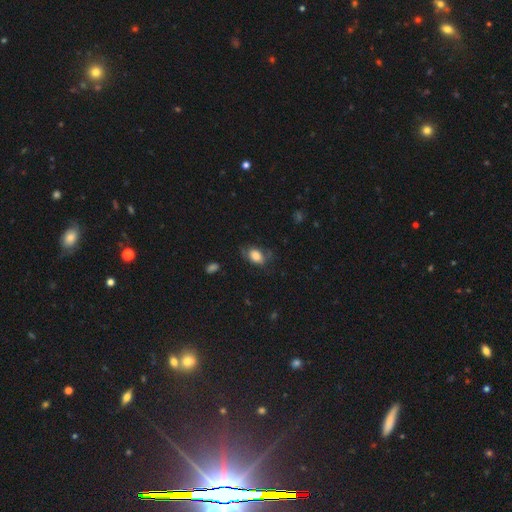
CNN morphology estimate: A smooth galaxy with no disk features (76%) that is in between round and cigar-shaped (83%).

Vote fractions:
- Smooth or featured? smooth: 76% / featured or disk: 16% / star or artifact: 8%
- How rounded? in between: 83% / round: 15% / cigar-shaped: 2%
- Merging? none: 59% / minor disturbance: 27% / major disturbance: 12% / merger: 2%